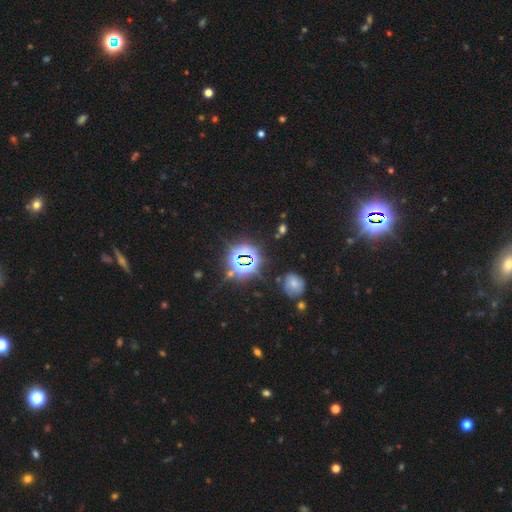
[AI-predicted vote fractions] Morphology: type=star or artifact (79%).